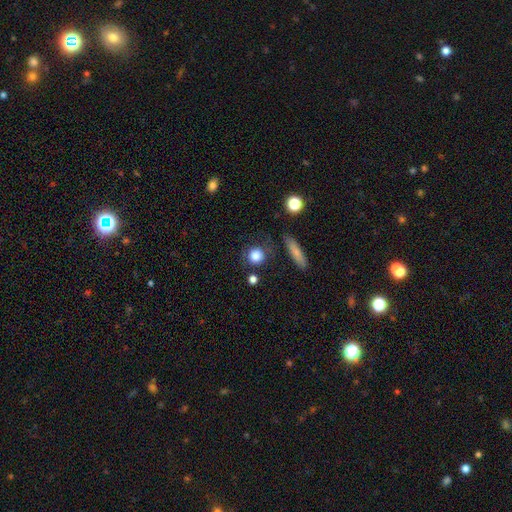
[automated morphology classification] This is clearly a smooth galaxy (84%). How rounded: clearly round (88%). Merging: likely none (75%).